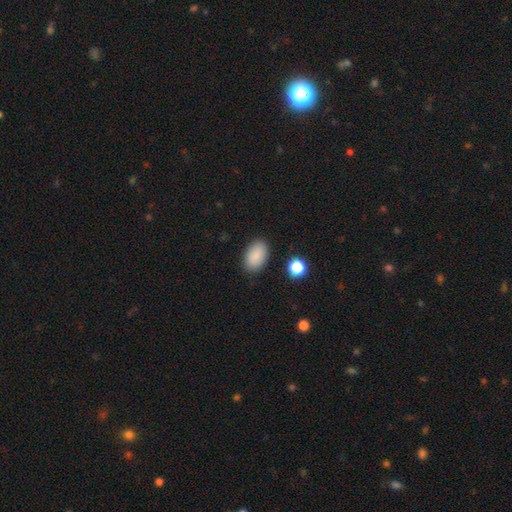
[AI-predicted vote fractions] A smooth galaxy with no disk features (89%) that is in between round and cigar-shaped (93%). Merging: none (87%).